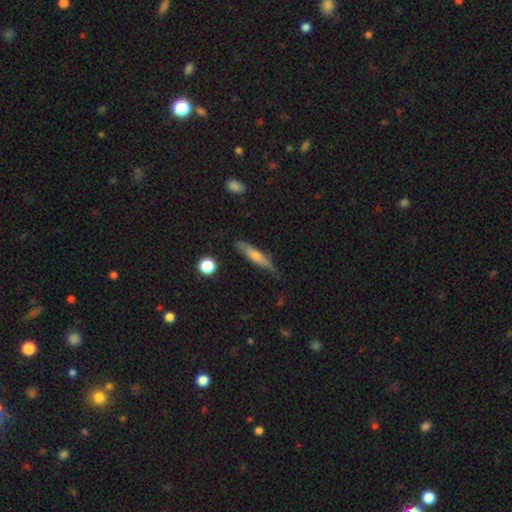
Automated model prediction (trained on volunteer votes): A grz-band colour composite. It shows a smooth galaxy with no disk features (51%) that is cigar-shaped (84%). Merging: none (76%).